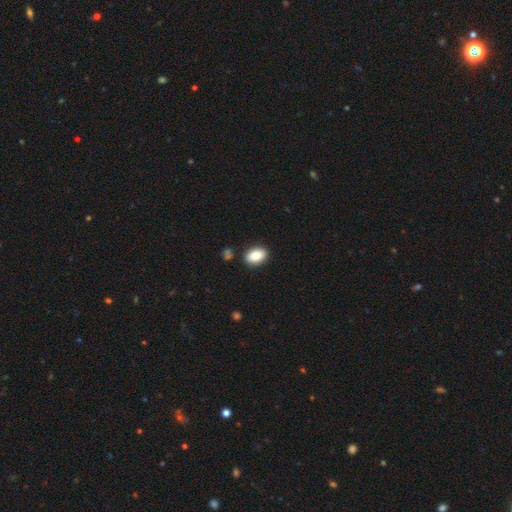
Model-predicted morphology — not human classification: smooth-or-featured: smooth: 85% | star or artifact: 8% | featured or disk: 7%
  how-rounded: in between: 87% | round: 11% | cigar-shaped: 2%
  merging: none: 86% | minor disturbance: 9% | merger: 3% | major disturbance: 2%